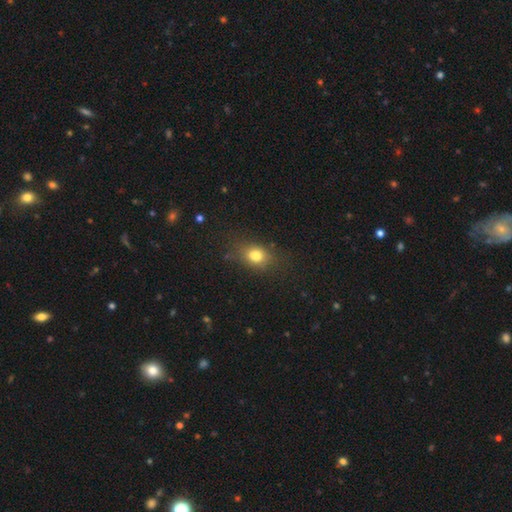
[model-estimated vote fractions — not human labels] Q: Smooth or featured?
A: smooth (78%); runner-up: star or artifact (12%)
Q: How rounded?
A: in between (58%); runner-up: round (40%)
Q: Merging?
A: none (68%); runner-up: minor disturbance (20%)